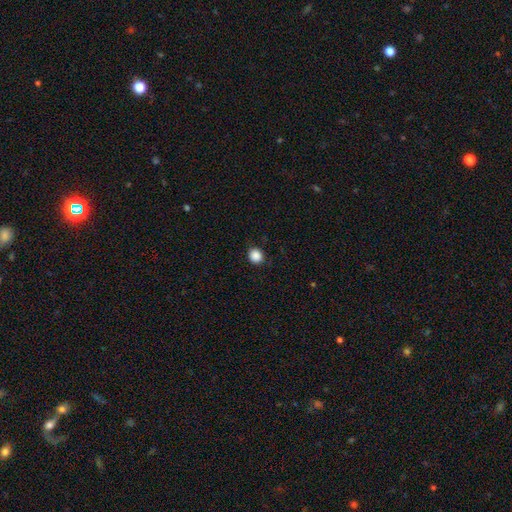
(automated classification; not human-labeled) smooth-or-featured: smooth: 88% | star or artifact: 10% | featured or disk: 2%
  how-rounded: round: 86% | in between: 13% | cigar-shaped: 1%
  merging: none: 89% | minor disturbance: 8% | major disturbance: 2% | merger: 1%